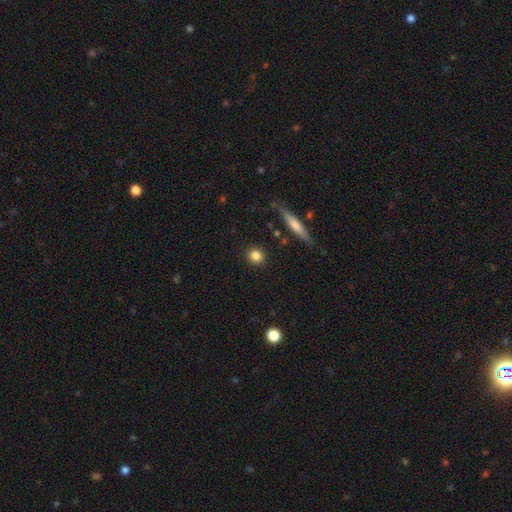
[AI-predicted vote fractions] A smooth galaxy with no disk features (83%) that is round (86%).

Vote fractions:
- Smooth or featured? smooth: 83% / star or artifact: 9% / featured or disk: 8%
- How rounded? round: 86% / in between: 11% / cigar-shaped: 3%
- Merging? none: 89% / minor disturbance: 7% / major disturbance: 2% / merger: 2%